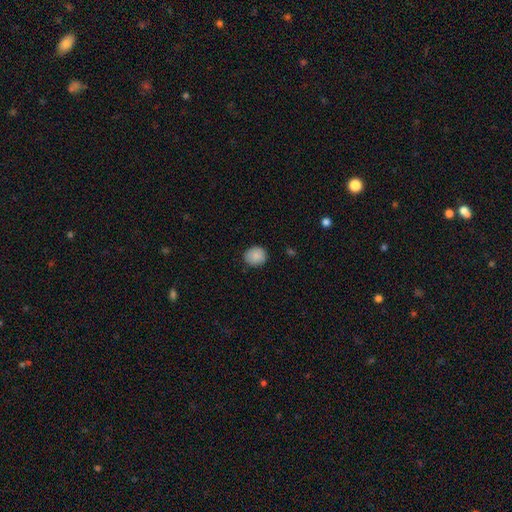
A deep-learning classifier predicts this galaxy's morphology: Smooth or featured: smooth — 88% (star or artifact — 8%)
How rounded: round — 80% (in between — 19%)
Merging: none — 86% (minor disturbance — 11%)